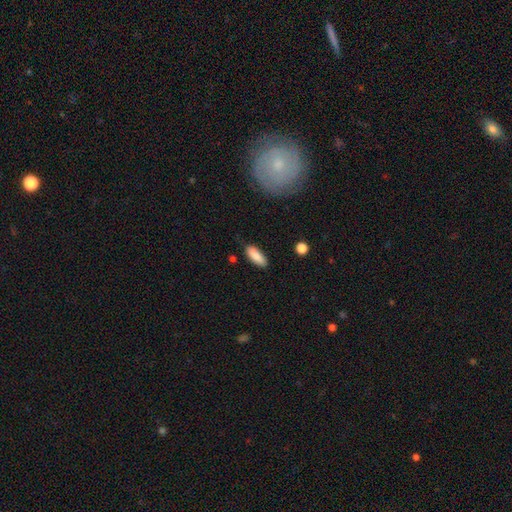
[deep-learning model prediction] A smooth galaxy with no disk features (87%) that is in between round and cigar-shaped (69%). Merging: none (84%).